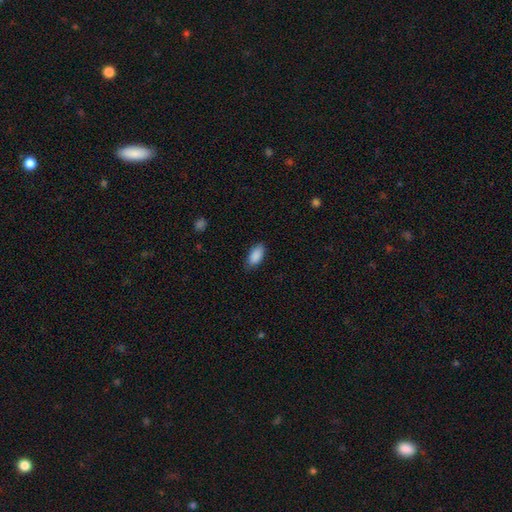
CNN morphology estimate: The model was most divided on "merging": none: 81%, minor disturbance: 15%, major disturbance: 3%, merger: 1%. More confident: how rounded — in between (91%); smooth or featured — smooth (89%).